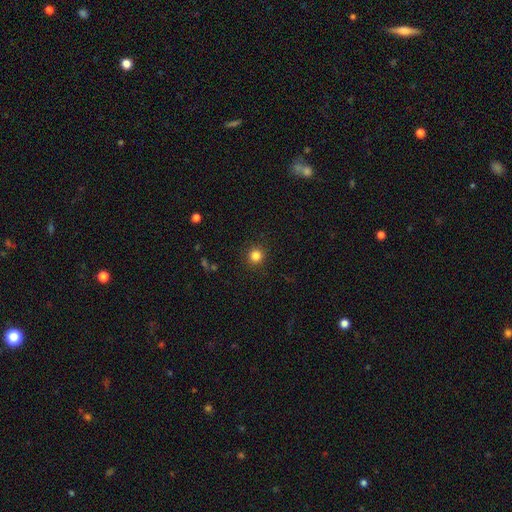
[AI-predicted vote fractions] This appears to be a smooth galaxy with no disk features (83%) that is round (94%). Merging: none (91%).